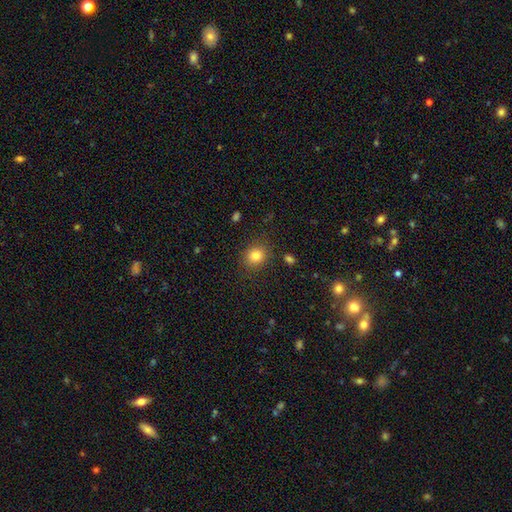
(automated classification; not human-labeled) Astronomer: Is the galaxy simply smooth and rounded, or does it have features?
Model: smooth — 82%.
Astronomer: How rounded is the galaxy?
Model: round — 73%.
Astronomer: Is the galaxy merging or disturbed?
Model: none — 85%.